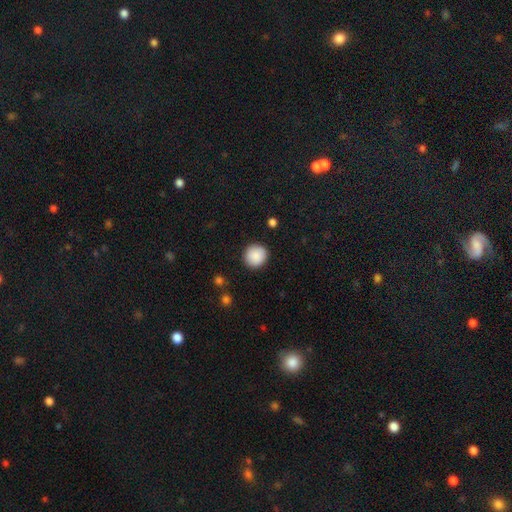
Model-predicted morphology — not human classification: Smooth or featured? smooth (88%)
How rounded? round (91%)
Merging? none (90%)